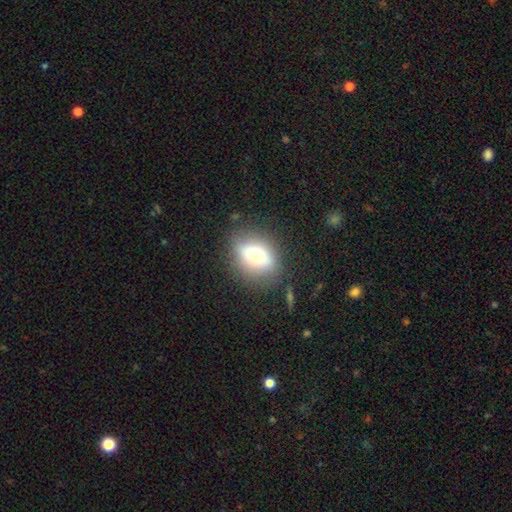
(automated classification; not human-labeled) smooth 67%, featured or disk 22%, star or artifact 11%. Down the decision tree: how rounded — in between (52%); merging — none (76%).